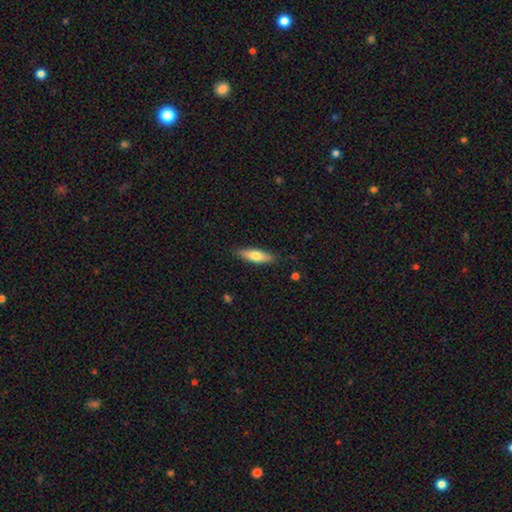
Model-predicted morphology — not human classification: The model was most divided on "how rounded": cigar-shaped: 51%, in between: 47%, round: 2%. More confident: merging — none (84%); smooth or featured — smooth (66%).